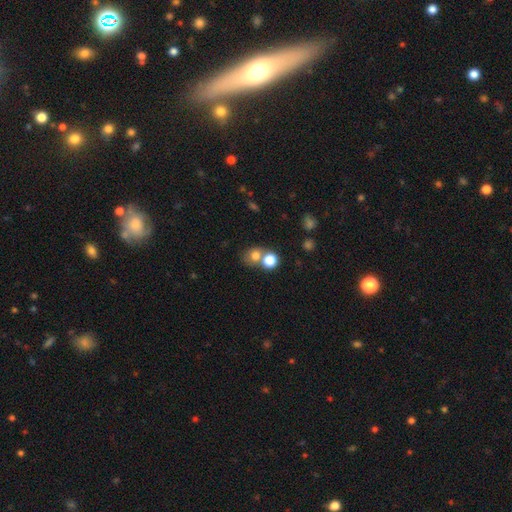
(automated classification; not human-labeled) smooth 75%, star or artifact 14%, featured or disk 11%. Down the decision tree: how rounded — round (71%); merging — none (45%).